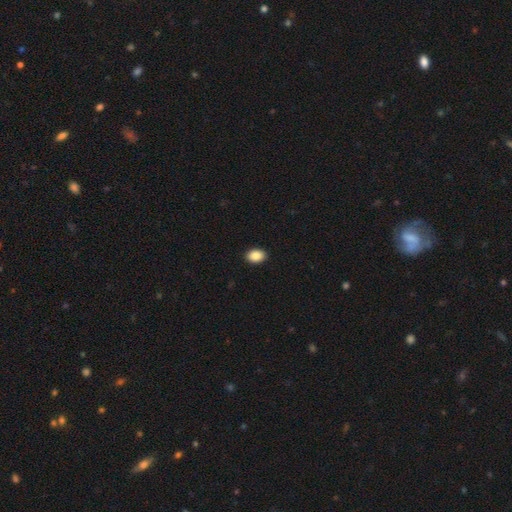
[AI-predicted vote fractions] Smooth or featured? Predicted: smooth (p=0.89). How rounded? Predicted: in between (p=0.78). Merging? Predicted: none (p=0.91).